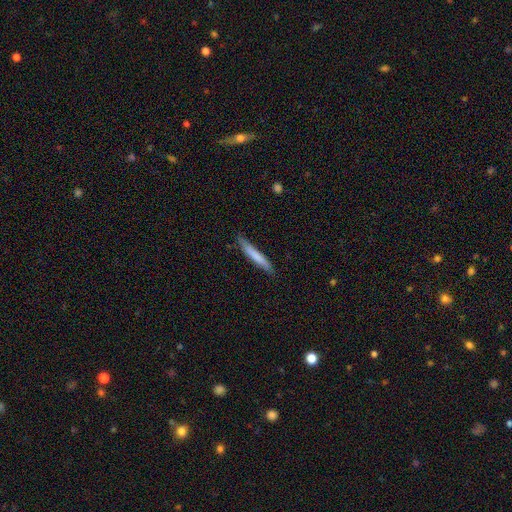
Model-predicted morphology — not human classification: type=smooth (73%); roundness=cigar-shaped (94%); merging=none (83%).